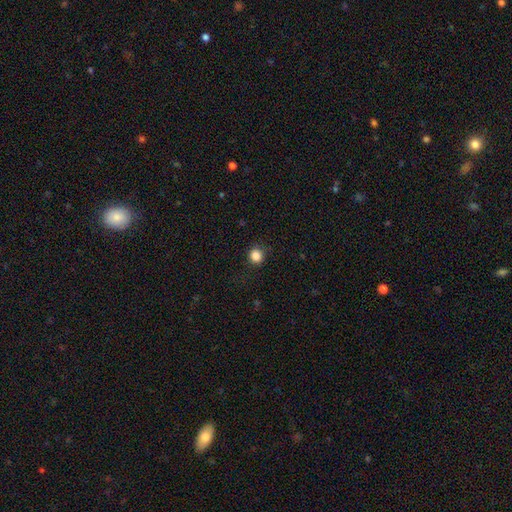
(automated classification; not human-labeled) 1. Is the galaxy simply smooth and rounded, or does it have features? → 85% smooth, 11% star or artifact, 4% featured or disk.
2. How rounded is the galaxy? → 86% round, 13% in between, 1% cigar-shaped.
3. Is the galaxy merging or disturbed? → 87% none, 10% minor disturbance, 3% major disturbance, 1% merger.